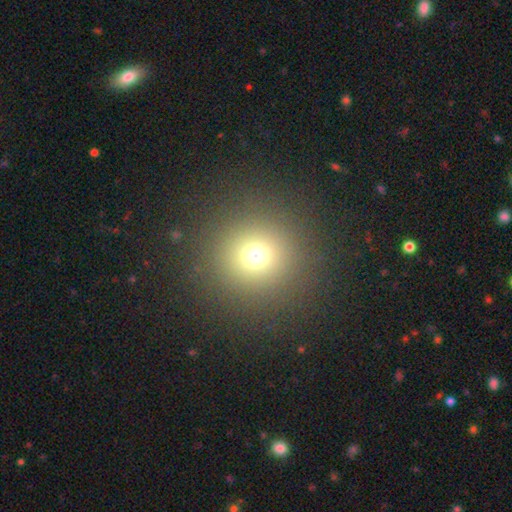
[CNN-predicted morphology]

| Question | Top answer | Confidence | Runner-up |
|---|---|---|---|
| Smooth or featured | smooth | 71% | star or artifact (20%) |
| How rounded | round | 94% | in between (5%) |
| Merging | none | 90% | minor disturbance (5%) |